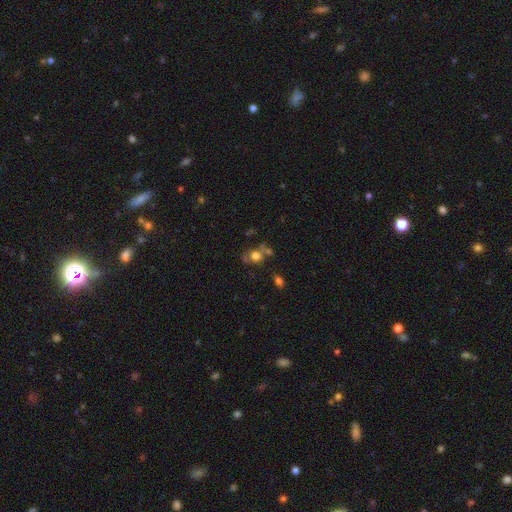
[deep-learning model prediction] Q: Smooth or featured?
A: smooth (64%); runner-up: featured or disk (20%)
Q: How rounded?
A: round (68%); runner-up: in between (31%)
Q: Merging?
A: none (50%); runner-up: merger (21%)